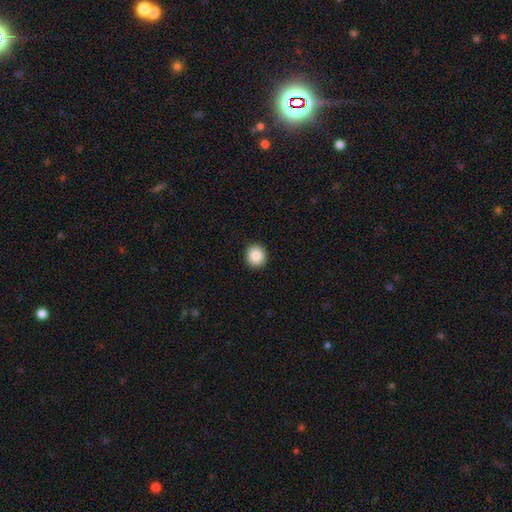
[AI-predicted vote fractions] This is clearly a smooth galaxy (87%). How rounded: clearly round (87%). Merging: clearly none (92%).